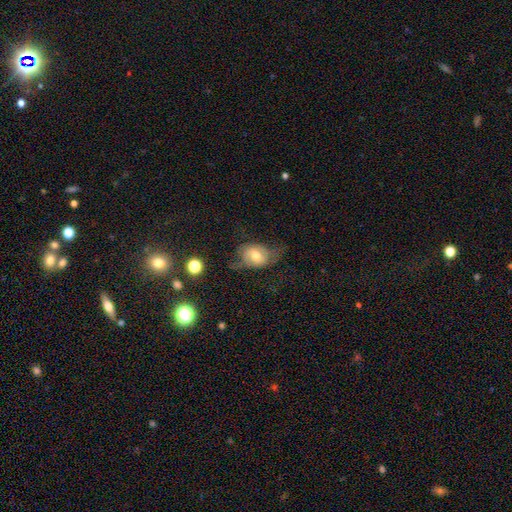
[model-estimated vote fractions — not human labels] This appears to be a smooth galaxy with no disk features (51%) that is in between round and cigar-shaped (60%). Merging: none (41%).